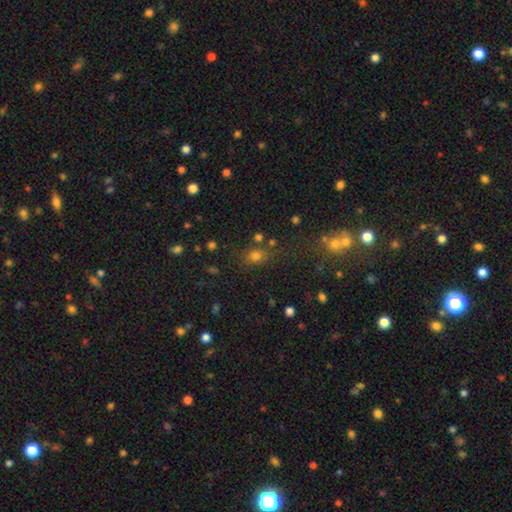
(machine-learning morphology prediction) A smooth galaxy with no disk features (68%) that is round (53%).

Vote fractions:
- Smooth or featured? smooth: 68% / star or artifact: 25% / featured or disk: 8%
- How rounded? round: 53% / in between: 45% / cigar-shaped: 2%
- Merging? none: 70% / minor disturbance: 14% / merger: 10% / major disturbance: 6%